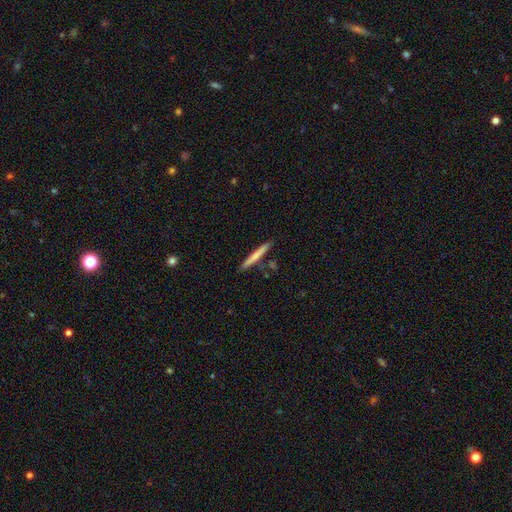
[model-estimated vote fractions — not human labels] This is likely a smooth galaxy (65%). How rounded: clearly cigar-shaped (96%). Merging: clearly none (86%).